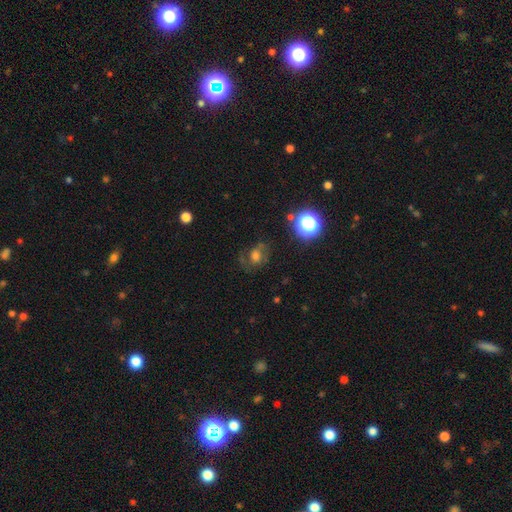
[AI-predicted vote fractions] Smooth or featured? Predicted: smooth (p=0.47). Merging? Predicted: none (p=0.56).